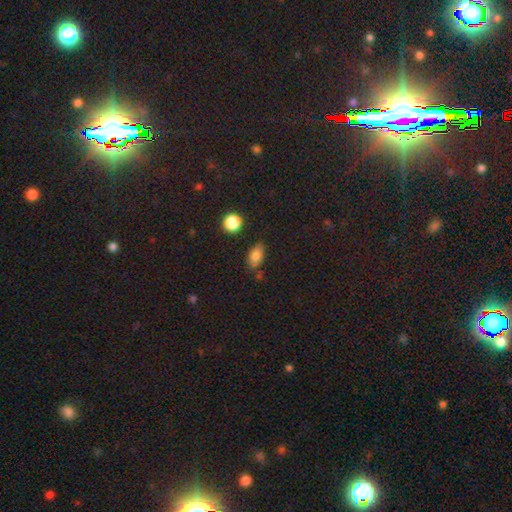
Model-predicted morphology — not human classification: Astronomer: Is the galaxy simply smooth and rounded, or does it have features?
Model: smooth — 79%.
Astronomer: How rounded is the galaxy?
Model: in between — 84%.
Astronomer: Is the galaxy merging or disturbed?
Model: none — 71%.